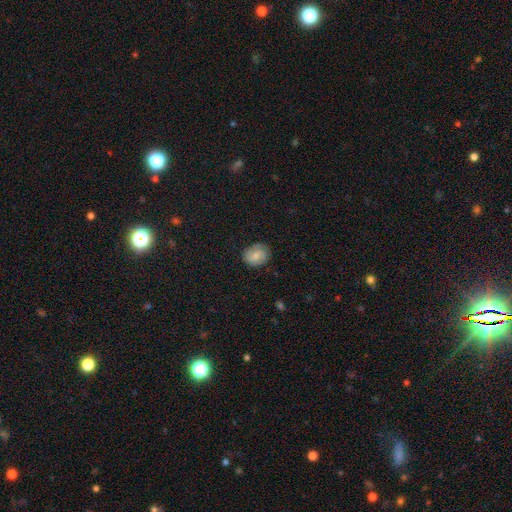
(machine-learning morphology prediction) smooth 52%, featured or disk 40%, star or artifact 8%. Down the decision tree: how rounded — round (55%); merging — none (78%).